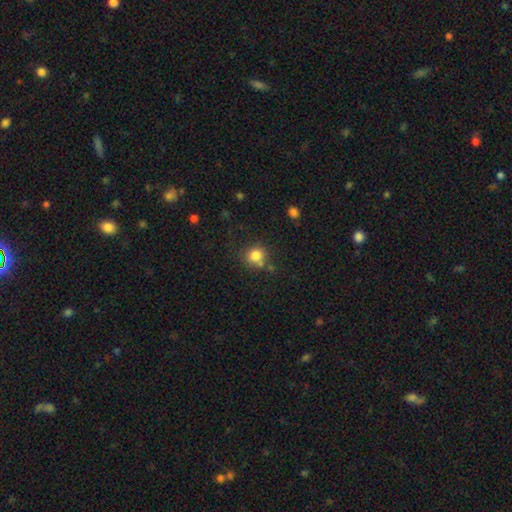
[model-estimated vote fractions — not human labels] The model was most divided on "merging": none: 67%, merger: 15%, minor disturbance: 14%, major disturbance: 5%. More confident: how rounded — round (82%); smooth or featured — smooth (81%).